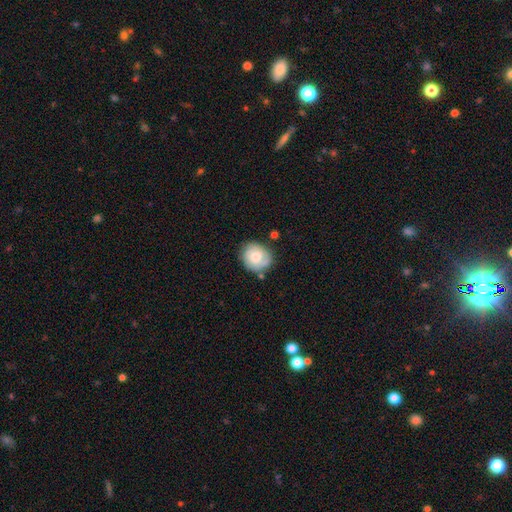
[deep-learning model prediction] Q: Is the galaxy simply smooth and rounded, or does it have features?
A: smooth — 55%.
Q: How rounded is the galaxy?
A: round — 75%.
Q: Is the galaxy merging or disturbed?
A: none — 70%.